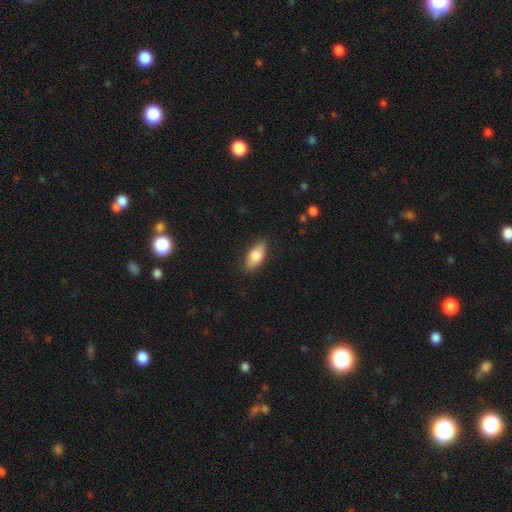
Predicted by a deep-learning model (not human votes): A smooth galaxy with no disk features (78%) that is in between round and cigar-shaped (84%). Merging: none (85%).